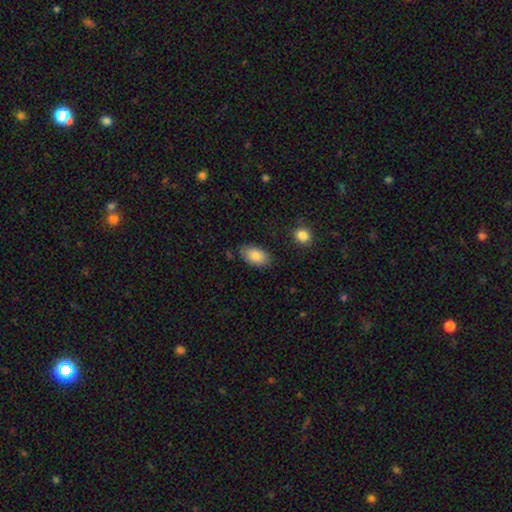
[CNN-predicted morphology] smooth 85%, featured or disk 8%, star or artifact 7%. Down the decision tree: how rounded — in between (93%); merging — none (81%).